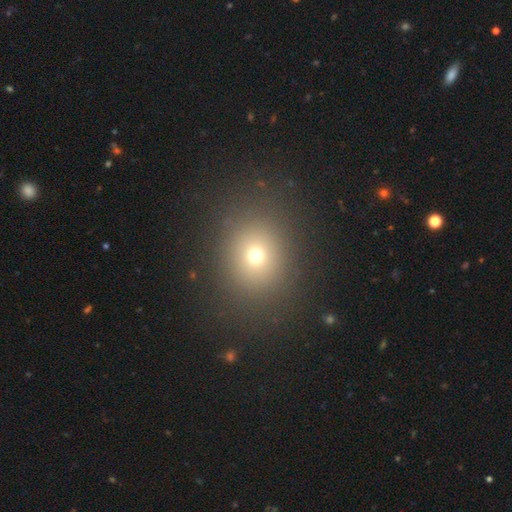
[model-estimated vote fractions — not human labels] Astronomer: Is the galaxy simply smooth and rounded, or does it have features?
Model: smooth — 69%.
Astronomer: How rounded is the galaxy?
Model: round — 71%.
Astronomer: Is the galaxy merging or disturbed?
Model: none — 87%.